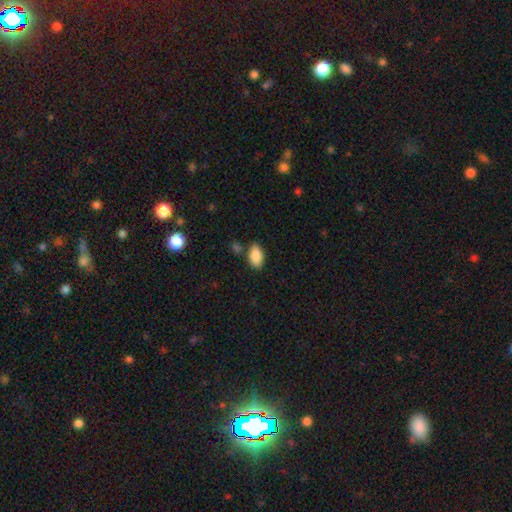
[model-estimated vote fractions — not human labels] This appears to be a smooth galaxy with no disk features (87%) that is in between round and cigar-shaped (93%). Merging: none (78%).